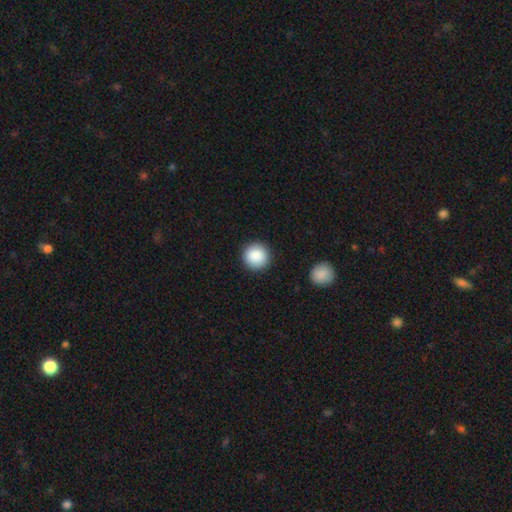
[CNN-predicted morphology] Smooth or featured? smooth (88%)
How rounded? round (96%)
Merging? none (92%)